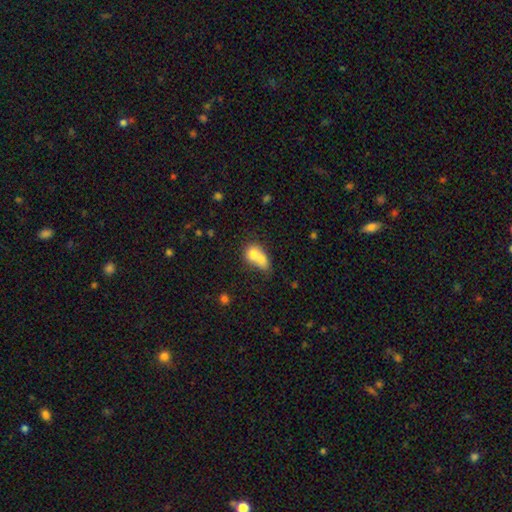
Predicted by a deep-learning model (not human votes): A smooth galaxy with no disk features (69%) that is in between round and cigar-shaped (52%).

Vote fractions:
- Smooth or featured? smooth: 69% / featured or disk: 22% / star or artifact: 9%
- How rounded? in between: 52% / round: 46% / cigar-shaped: 2%
- Merging? merger: 71% / none: 18% / minor disturbance: 7% / major disturbance: 4%